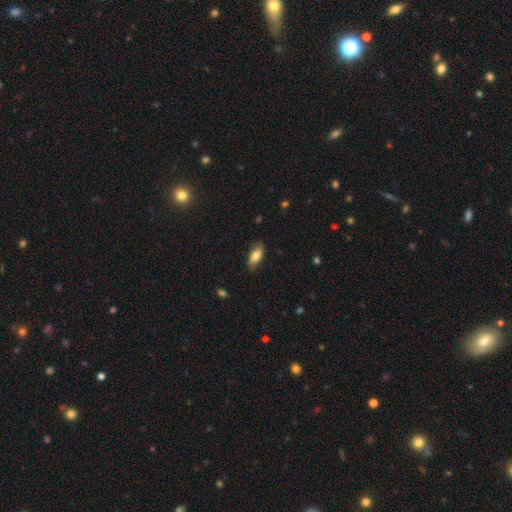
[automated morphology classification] A smooth galaxy with no disk features (74%) that is in between round and cigar-shaped (83%).

Vote fractions:
- Smooth or featured? smooth: 74% / featured or disk: 19% / star or artifact: 6%
- How rounded? in between: 83% / cigar-shaped: 14% / round: 3%
- Merging? none: 76% / minor disturbance: 19% / major disturbance: 4% / merger: 1%